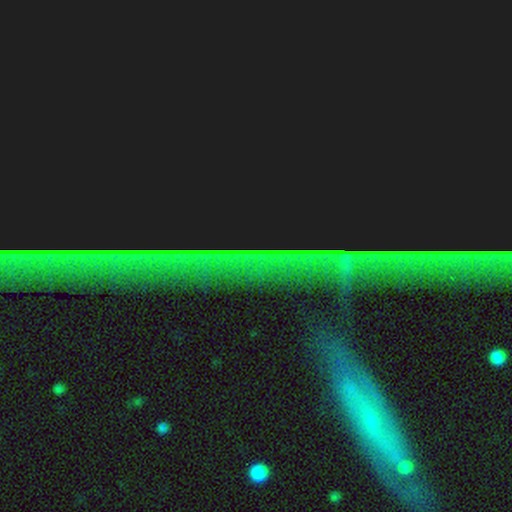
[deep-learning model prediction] Smooth or featured: star or artifact — 80% (featured or disk — 11%)